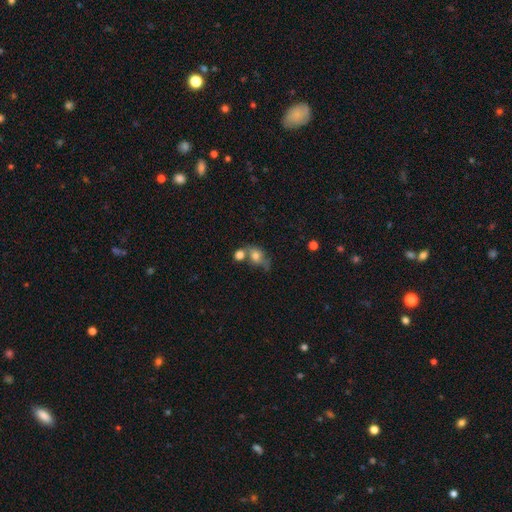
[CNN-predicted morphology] A smooth galaxy with no disk features (65%) that is in between round and cigar-shaped (52%).

Vote fractions:
- Smooth or featured? smooth: 65% / featured or disk: 23% / star or artifact: 12%
- How rounded? in between: 52% / round: 46% / cigar-shaped: 2%
- Merging? merger: 39% / none: 32% / minor disturbance: 17% / major disturbance: 13%